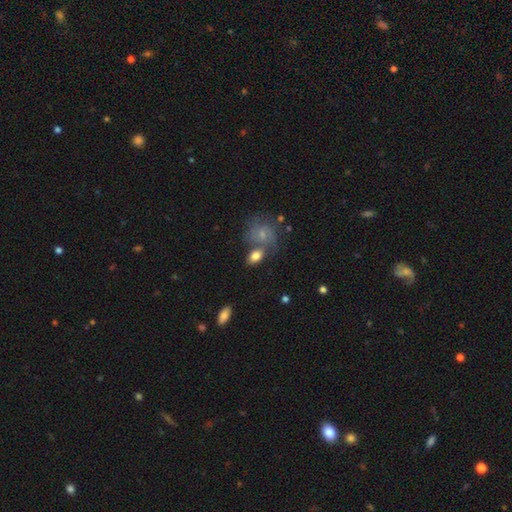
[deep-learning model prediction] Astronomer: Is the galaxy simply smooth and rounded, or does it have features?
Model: smooth — 75%.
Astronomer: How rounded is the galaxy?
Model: in between — 82%.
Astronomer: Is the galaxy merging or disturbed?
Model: none — 51% (runner-up: merger, 28%).